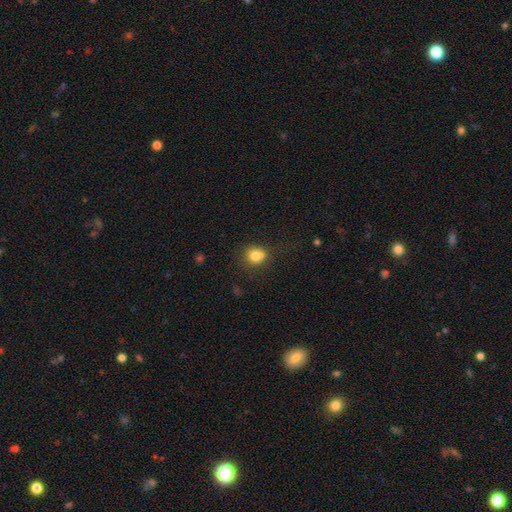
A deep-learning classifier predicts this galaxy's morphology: type=smooth (77%); roundness=round (76%); merging=none (50%).